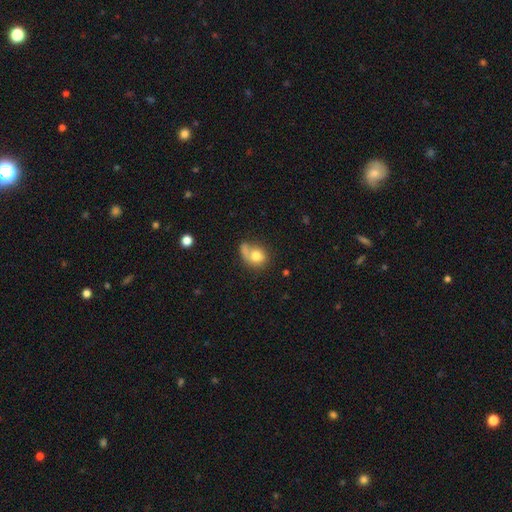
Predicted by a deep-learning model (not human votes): Smooth or featured? smooth (73%)
How rounded? round (61%)
Merging? none (36%)